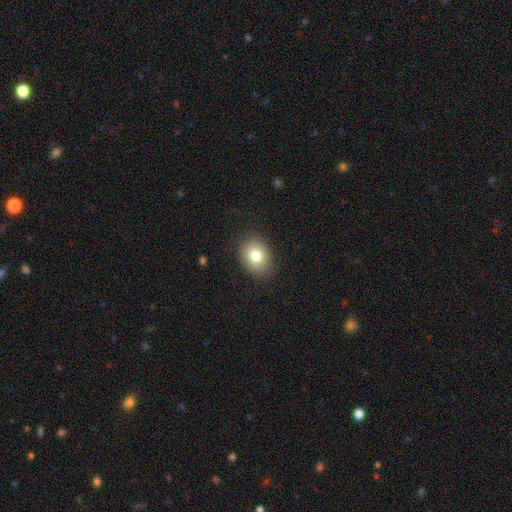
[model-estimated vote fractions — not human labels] smooth-or-featured: smooth: 79% | featured or disk: 11% | star or artifact: 10%
  how-rounded: in between: 57% | round: 42% | cigar-shaped: 1%
  merging: none: 86% | minor disturbance: 10% | major disturbance: 3% | merger: 1%